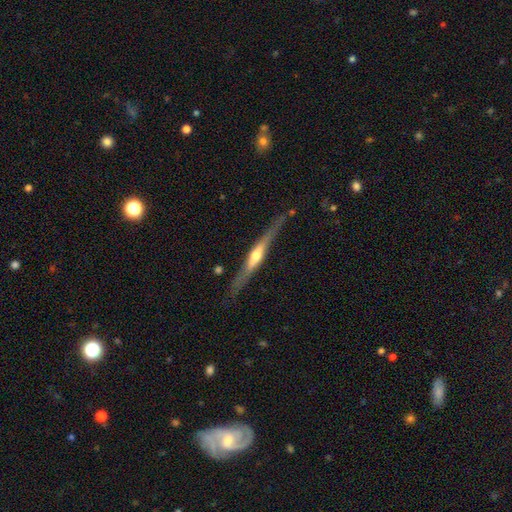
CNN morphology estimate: A featured or disk galaxy (70%) viewed edge-on (96%) with a rounded central bulge (79%).

Vote fractions:
- Smooth or featured? featured or disk: 70% / smooth: 25% / star or artifact: 5%
- Edge-on disk? yes: 96% / no: 4%
- Edge-on bulge? rounded: 79% / none: 12% / boxy: 9%
- Merging? none: 78% / minor disturbance: 16% / major disturbance: 4% / merger: 2%